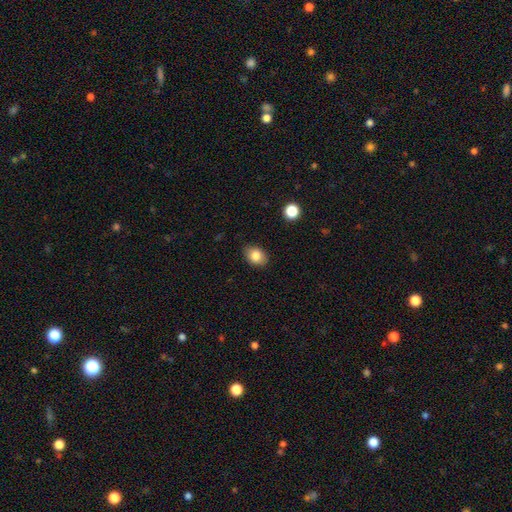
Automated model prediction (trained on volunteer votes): Smooth or featured? smooth (83%)
How rounded? in between (72%)
Merging? none (85%)